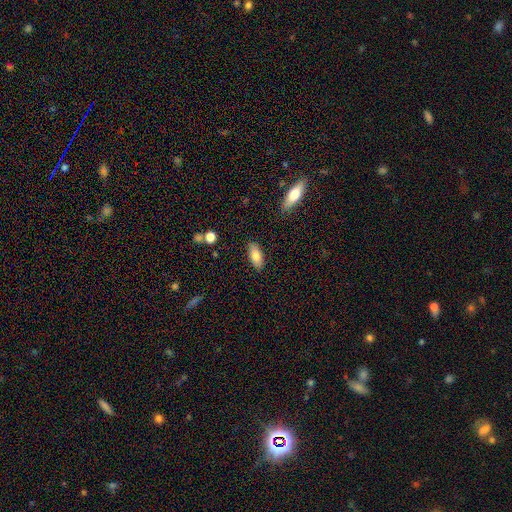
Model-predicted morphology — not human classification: Q: Smooth or featured?
A: smooth (80%); runner-up: featured or disk (14%)
Q: How rounded?
A: in between (83%); runner-up: cigar-shaped (14%)
Q: Merging?
A: none (85%); runner-up: minor disturbance (11%)